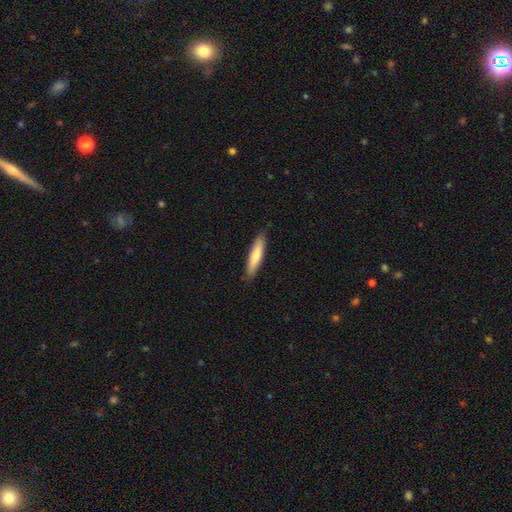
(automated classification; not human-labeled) A smooth galaxy with no disk features (74%) that is cigar-shaped (81%).

Vote fractions:
- Smooth or featured? smooth: 74% / featured or disk: 21% / star or artifact: 5%
- How rounded? cigar-shaped: 81% / in between: 17% / round: 1%
- Merging? none: 87% / minor disturbance: 10% / major disturbance: 2% / merger: 1%